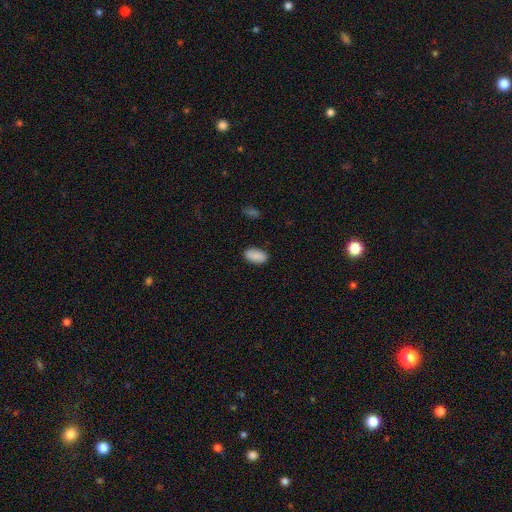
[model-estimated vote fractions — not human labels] smooth-or-featured: smooth: 89% | star or artifact: 7% | featured or disk: 4%
  how-rounded: in between: 94% | round: 4% | cigar-shaped: 2%
  merging: none: 87% | minor disturbance: 9% | major disturbance: 2% | merger: 1%